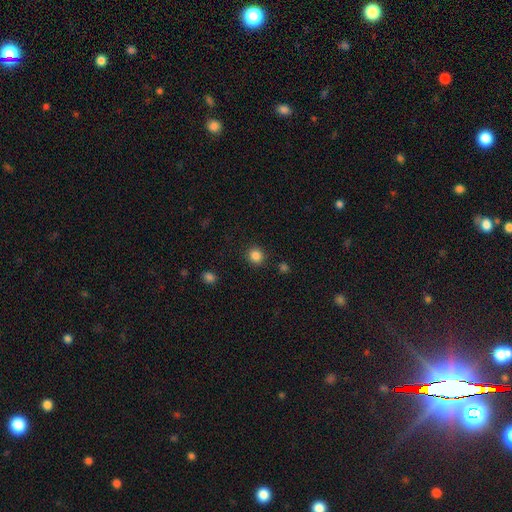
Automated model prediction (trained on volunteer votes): smooth-or-featured: smooth: 85% | star or artifact: 11% | featured or disk: 4%
  how-rounded: round: 88% | in between: 11% | cigar-shaped: 1%
  merging: none: 90% | minor disturbance: 6% | major disturbance: 2% | merger: 2%